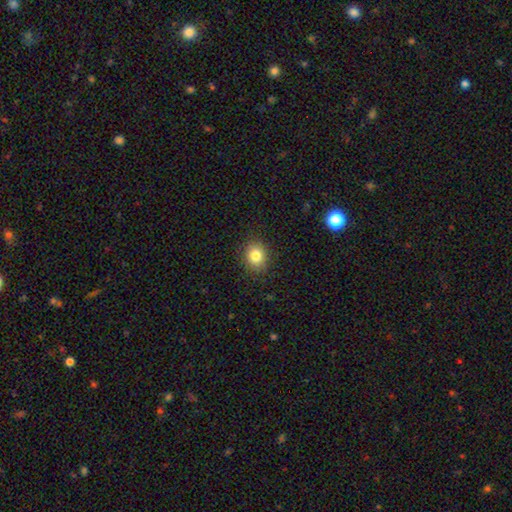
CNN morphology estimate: Overall: smooth (81%). How rounded: round (66%; in between 33%). Merging: none (88%).